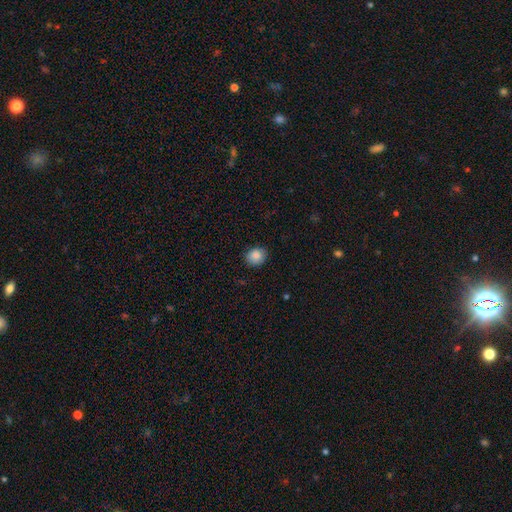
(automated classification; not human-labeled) smooth 87%, star or artifact 9%, featured or disk 5%. Down the decision tree: how rounded — round (70%); merging — none (87%).